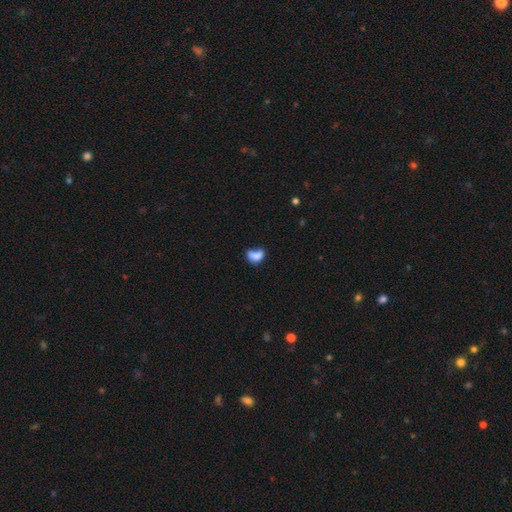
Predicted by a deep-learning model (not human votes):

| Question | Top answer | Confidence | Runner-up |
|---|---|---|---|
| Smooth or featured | smooth | 72% | featured or disk (18%) |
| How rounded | in between | 73% | round (25%) |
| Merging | merger | 29% | none (28%) |